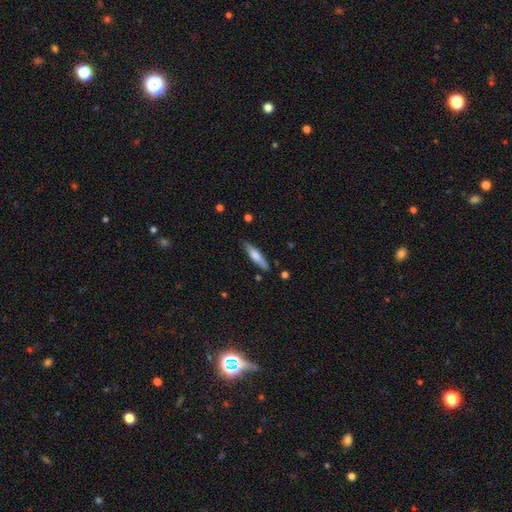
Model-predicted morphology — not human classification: A smooth galaxy with no disk features (65%) that is cigar-shaped (80%).

Vote fractions:
- Smooth or featured? smooth: 65% / featured or disk: 29% / star or artifact: 6%
- How rounded? cigar-shaped: 80% / in between: 18% / round: 1%
- Merging? none: 84% / minor disturbance: 12% / major disturbance: 2% / merger: 2%